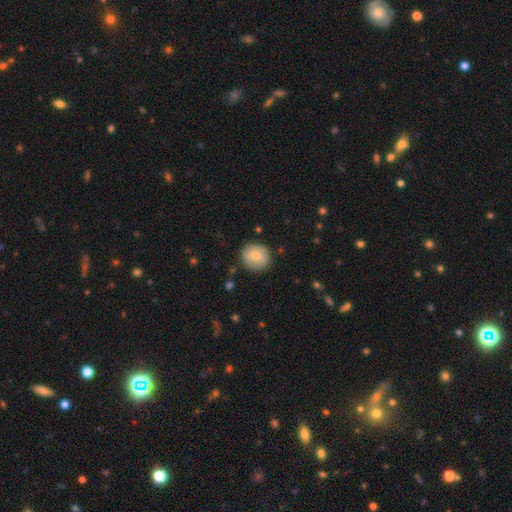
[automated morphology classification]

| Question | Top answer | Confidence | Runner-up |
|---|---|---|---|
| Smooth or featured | smooth | 75% | featured or disk (18%) |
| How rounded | round | 90% | in between (9%) |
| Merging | none | 85% | minor disturbance (11%) |